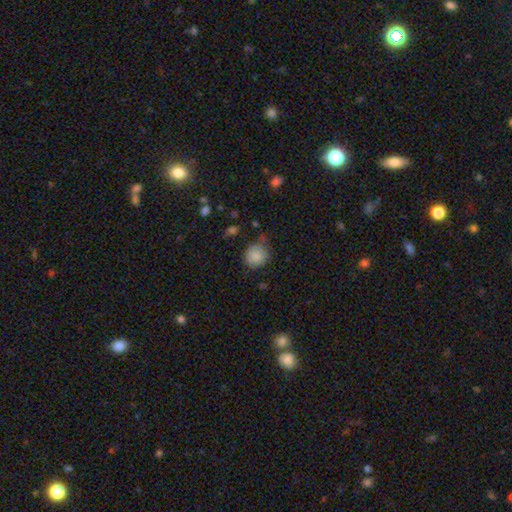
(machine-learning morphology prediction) smooth-or-featured: smooth: 85% | star or artifact: 9% | featured or disk: 6%
  how-rounded: round: 82% | in between: 17% | cigar-shaped: 1%
  merging: none: 65% | minor disturbance: 26% | major disturbance: 6% | merger: 3%